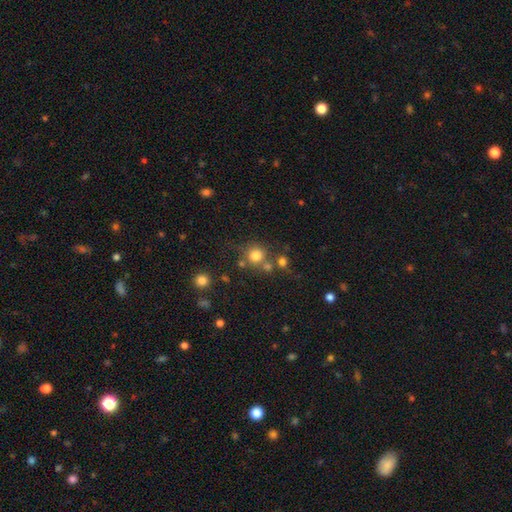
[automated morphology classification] Smooth or featured? Predicted: smooth (p=0.77). How rounded? Predicted: round (p=0.91). Merging? Predicted: none (p=0.67).